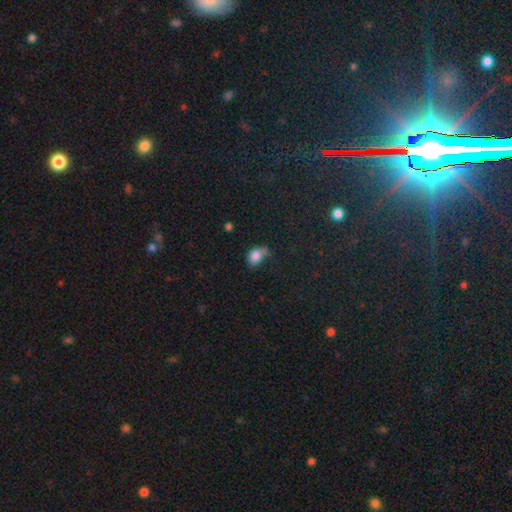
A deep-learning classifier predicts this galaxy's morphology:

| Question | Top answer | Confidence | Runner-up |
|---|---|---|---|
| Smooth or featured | smooth | 81% | star or artifact (11%) |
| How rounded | in between | 69% | round (30%) |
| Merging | none | 41% | minor disturbance (31%) |